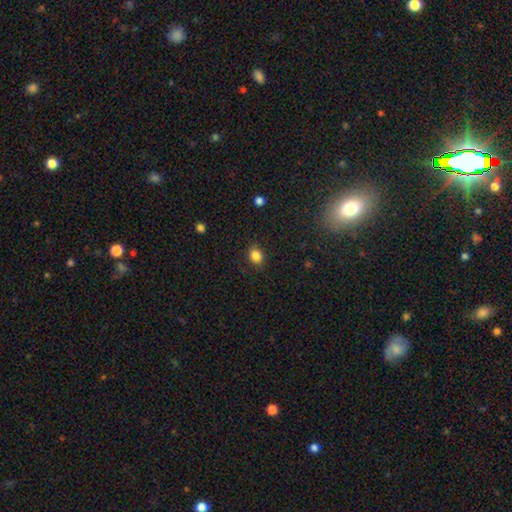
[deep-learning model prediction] Morphology: type=smooth (85%); roundness=round (63%); merging=none (85%).